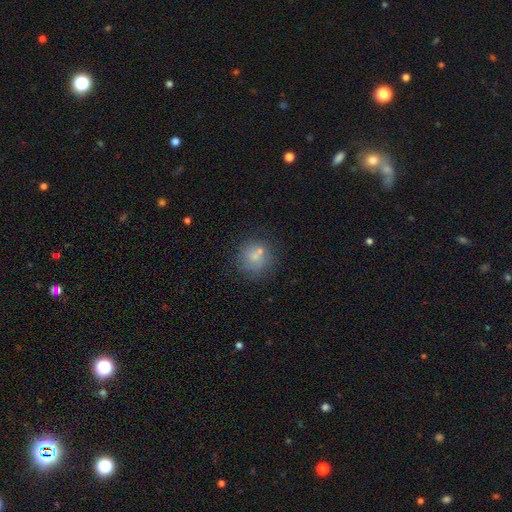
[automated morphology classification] The model was most divided on "merging": none: 61%, merger: 17%, minor disturbance: 16%, major disturbance: 7%. More confident: how rounded — round (87%); smooth or featured — smooth (69%).